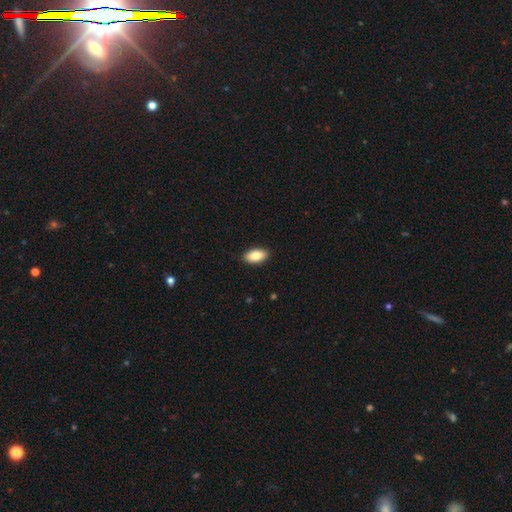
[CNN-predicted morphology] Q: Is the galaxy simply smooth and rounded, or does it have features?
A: smooth — 87%.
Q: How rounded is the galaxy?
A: in between — 94%.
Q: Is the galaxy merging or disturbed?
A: none — 90%.